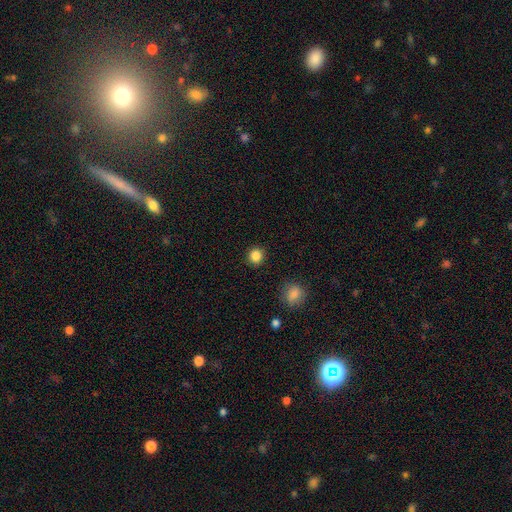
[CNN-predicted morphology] Overall: smooth (86%). How rounded: round (90%). Merging: none (91%).